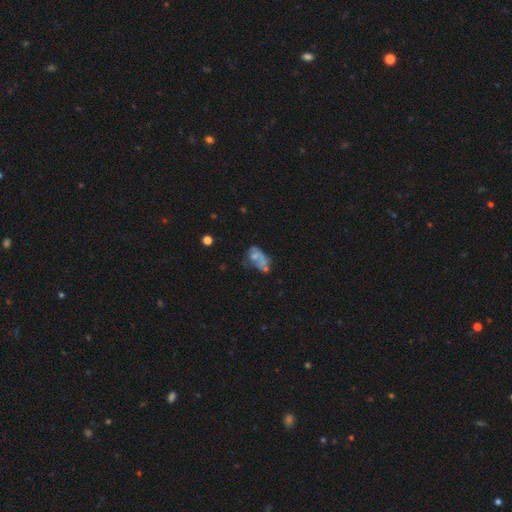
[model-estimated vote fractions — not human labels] featured or disk 39%, smooth 38%, star or artifact 24%. Down the decision tree: merging — none (40%).